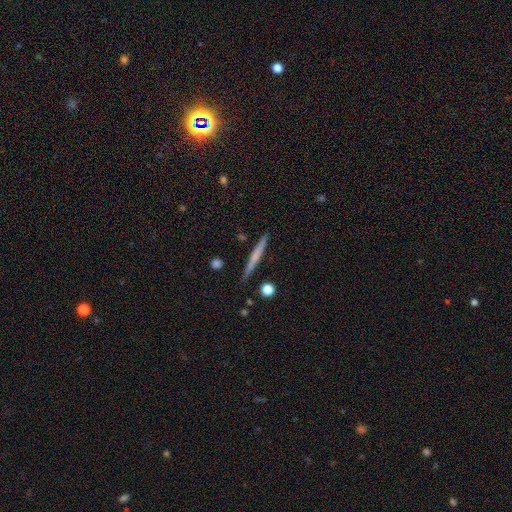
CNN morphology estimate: This is possibly a smooth galaxy (53%). How rounded: clearly cigar-shaped (96%). Merging: clearly none (89%).